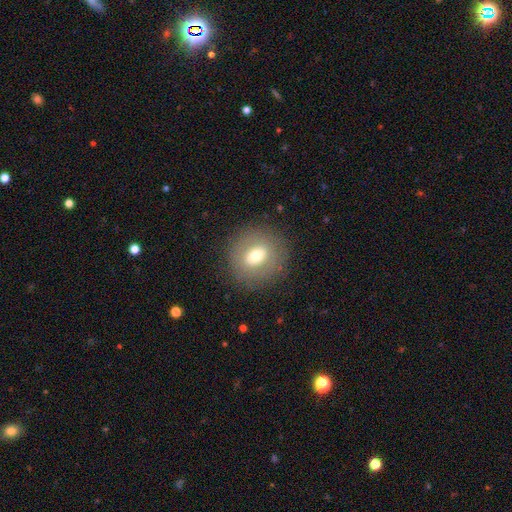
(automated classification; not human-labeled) The model was most divided on "smooth or featured": smooth: 58%, featured or disk: 32%, star or artifact: 10%. More confident: merging — none (83%); how rounded — round (80%).